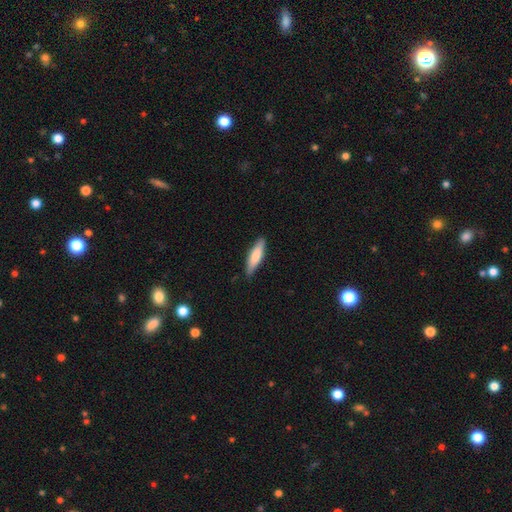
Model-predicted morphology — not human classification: Overall: smooth (75%). How rounded: cigar-shaped (68%; in between 31%). Merging: none (84%).